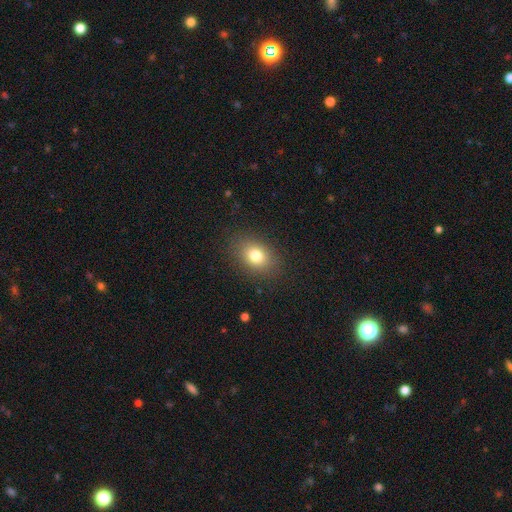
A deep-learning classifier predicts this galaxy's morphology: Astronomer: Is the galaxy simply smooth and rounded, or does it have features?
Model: smooth — 79%.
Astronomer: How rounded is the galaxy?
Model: in between — 66%.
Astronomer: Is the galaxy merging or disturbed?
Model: none — 86%.